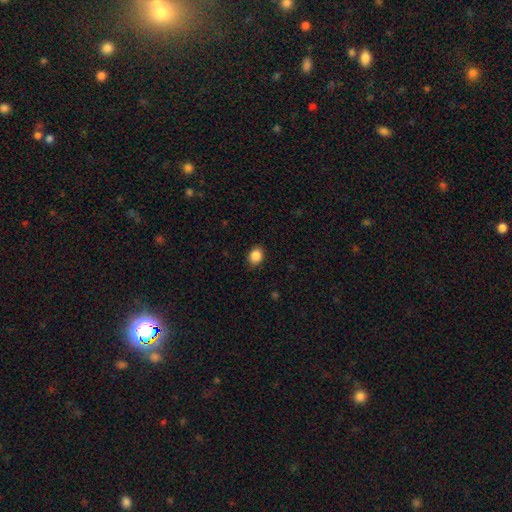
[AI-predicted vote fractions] This is clearly a smooth galaxy (87%). How rounded: possibly in between (56%). Merging: clearly none (86%).